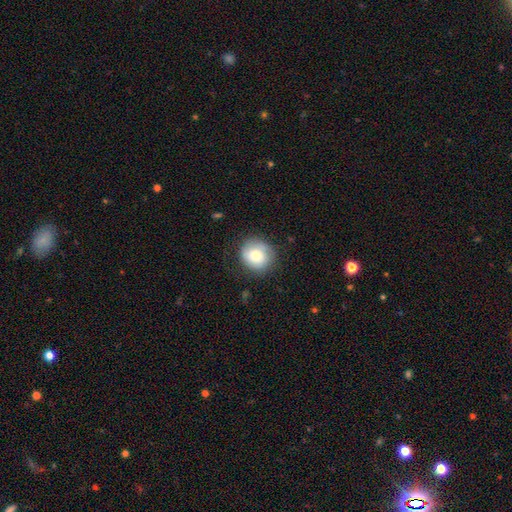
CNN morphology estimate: The model was most divided on "smooth or featured": smooth: 73%, featured or disk: 19%, star or artifact: 8%. More confident: how rounded — round (86%); merging — none (75%).